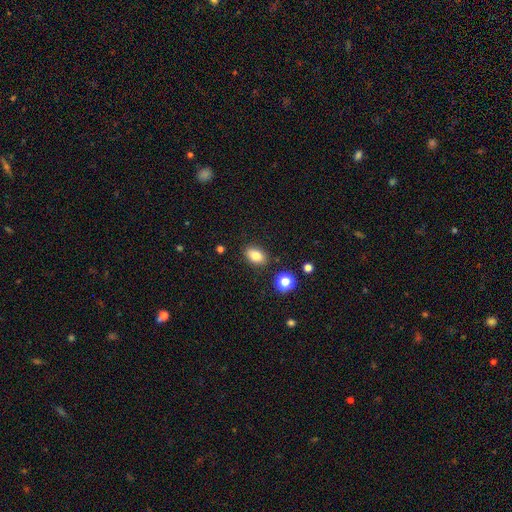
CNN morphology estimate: A smooth galaxy with no disk features (80%) that is in between round and cigar-shaped (82%). Merging: none (85%).